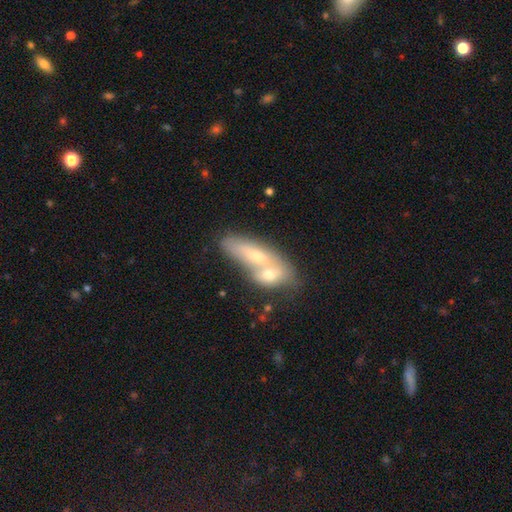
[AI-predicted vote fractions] Morphology: type=smooth (59%); roundness=in between (62%); merging=merger (72%).